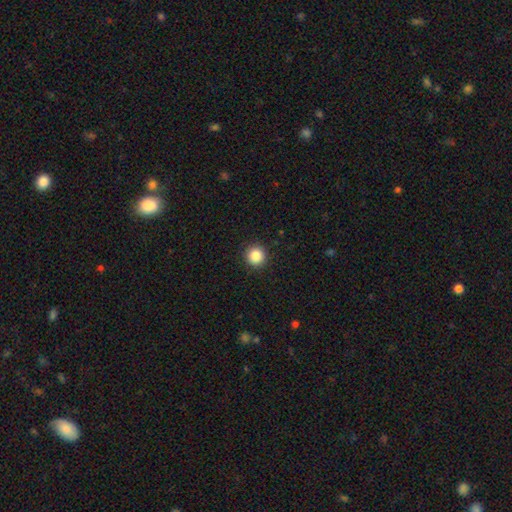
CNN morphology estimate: Q: Smooth or featured?
A: smooth (86%); runner-up: star or artifact (10%)
Q: How rounded?
A: round (95%); runner-up: in between (4%)
Q: Merging?
A: none (92%); runner-up: minor disturbance (5%)